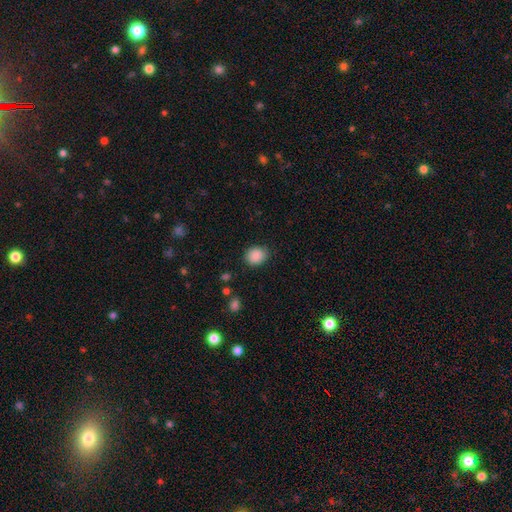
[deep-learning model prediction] smooth_or_featured: smooth (p=0.88) [alt: star or artifact p=0.09]
how_rounded: round (p=0.65) [alt: in between p=0.34]
merging: none (p=0.82) [alt: minor disturbance p=0.13]